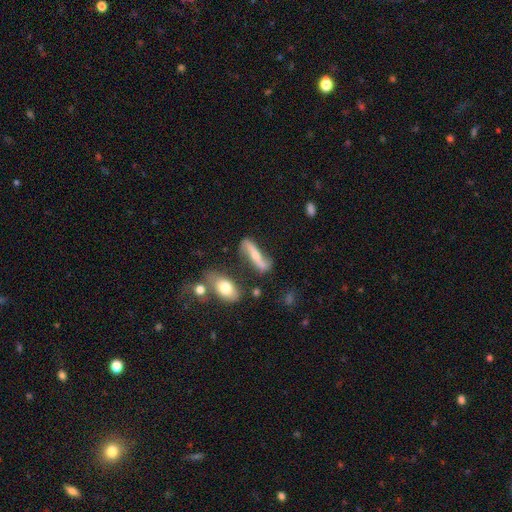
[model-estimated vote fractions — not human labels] This appears to be a featured or disk galaxy (63%). Merging: none (58%).